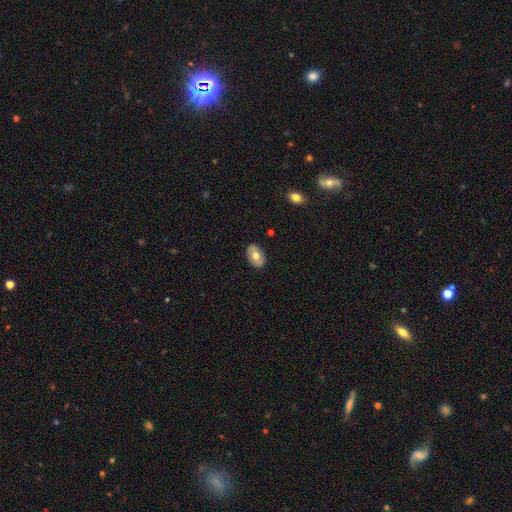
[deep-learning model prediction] This is likely a smooth galaxy (63%). How rounded: clearly in between (88%). Merging: clearly none (87%).